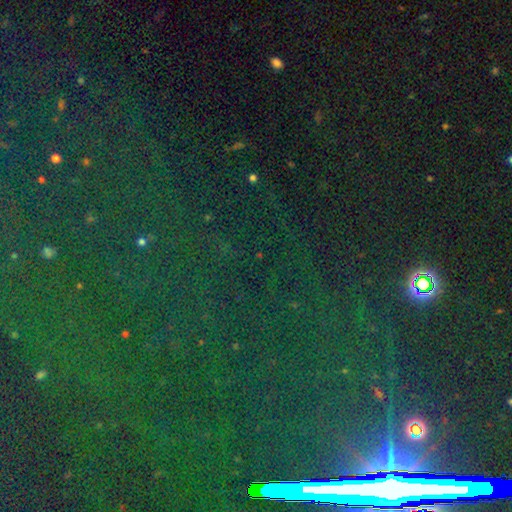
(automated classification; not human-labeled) smooth-or-featured: star or artifact: 82% | smooth: 10% | featured or disk: 8%